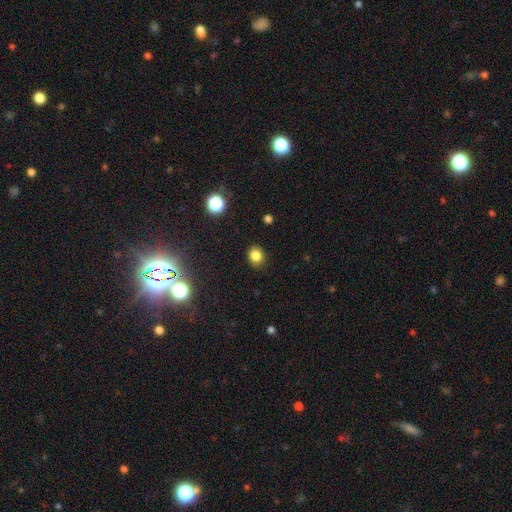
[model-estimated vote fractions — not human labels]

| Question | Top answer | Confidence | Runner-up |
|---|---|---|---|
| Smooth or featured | smooth | 82% | star or artifact (12%) |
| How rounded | round | 62% | in between (37%) |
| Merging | none | 85% | minor disturbance (11%) |